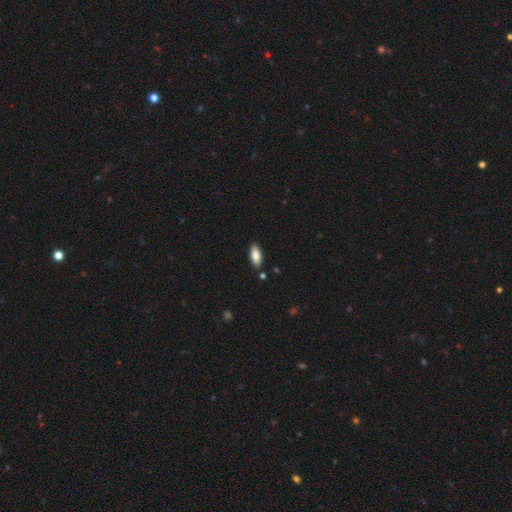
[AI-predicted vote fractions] Overall: smooth (81%). How rounded: in between (80%). Merging: none (87%).